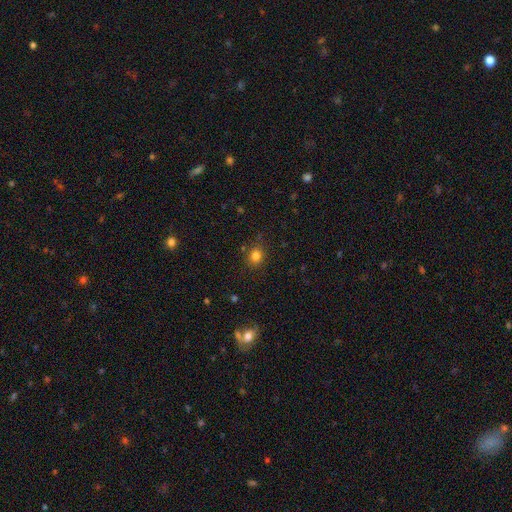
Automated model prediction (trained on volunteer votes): Smooth or featured: smooth — 80% (star or artifact — 14%)
How rounded: round — 73% (in between — 26%)
Merging: none — 82% (minor disturbance — 12%)